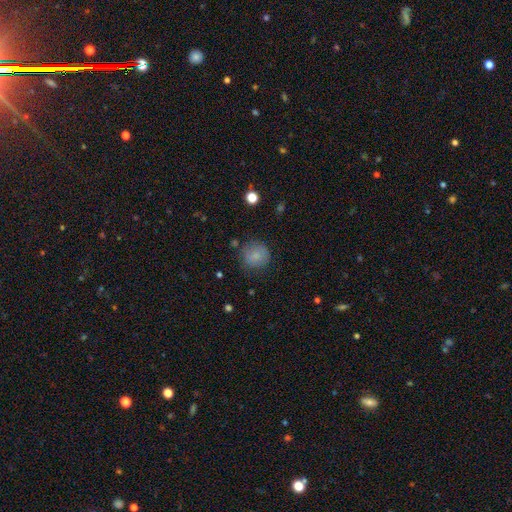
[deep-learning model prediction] A smooth galaxy with no disk features (81%) that is round (90%).

Vote fractions:
- Smooth or featured? smooth: 81% / featured or disk: 10% / star or artifact: 9%
- How rounded? round: 90% / in between: 9% / cigar-shaped: 1%
- Merging? none: 78% / minor disturbance: 16% / major disturbance: 5% / merger: 2%